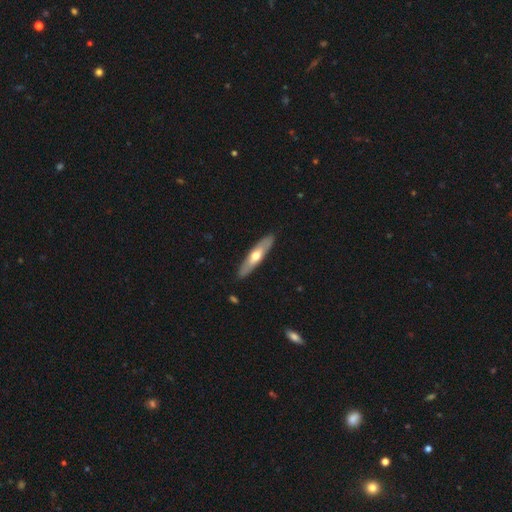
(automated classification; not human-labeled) Smooth or featured? featured or disk (48%, tied with smooth)
Merging? none (89%)